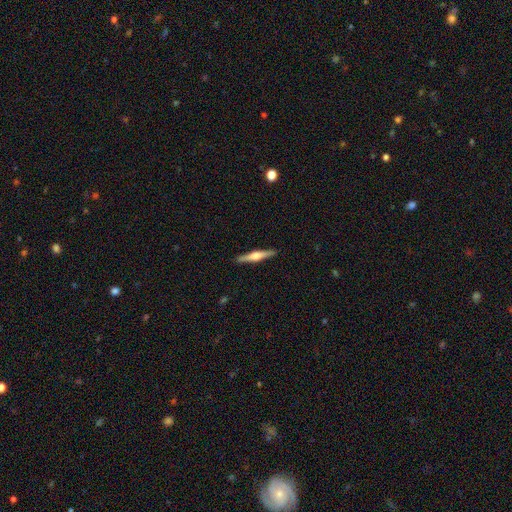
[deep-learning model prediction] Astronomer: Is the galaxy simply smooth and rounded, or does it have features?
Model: featured or disk — 70%.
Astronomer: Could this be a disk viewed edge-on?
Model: yes — 98%.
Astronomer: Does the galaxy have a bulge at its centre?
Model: rounded — 87%.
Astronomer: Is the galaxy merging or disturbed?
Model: none — 92%.